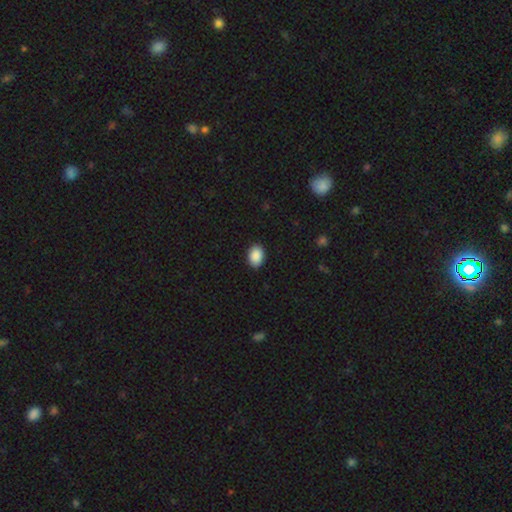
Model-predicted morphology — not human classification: smooth-or-featured: smooth: 90% | star or artifact: 7% | featured or disk: 3%
  how-rounded: in between: 80% | round: 19% | cigar-shaped: 1%
  merging: none: 90% | minor disturbance: 8% | major disturbance: 2% | merger: 1%